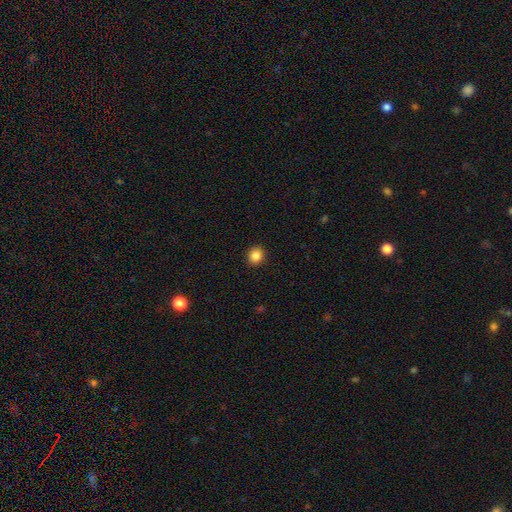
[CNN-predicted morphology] This is clearly a smooth galaxy (86%). How rounded: clearly round (85%). Merging: clearly none (92%).